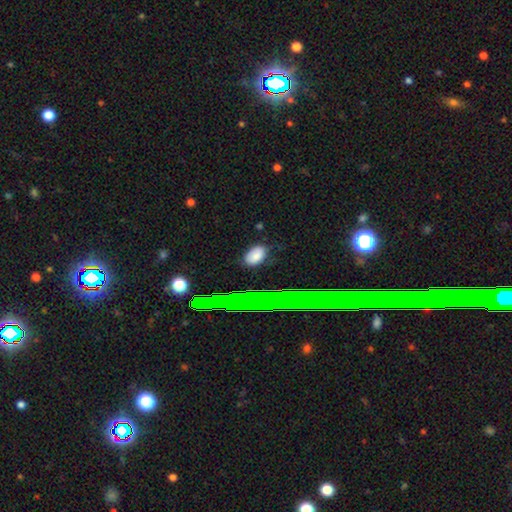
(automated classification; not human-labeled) Smooth or featured?
  - smooth: 80% *
  - star or artifact: 11%
  - featured or disk: 9%
How rounded?
  - in between: 87% *
  - round: 11%
  - cigar-shaped: 2%
Merging?
  - none: 78% *
  - minor disturbance: 16%
  - major disturbance: 4%
  - merger: 2%